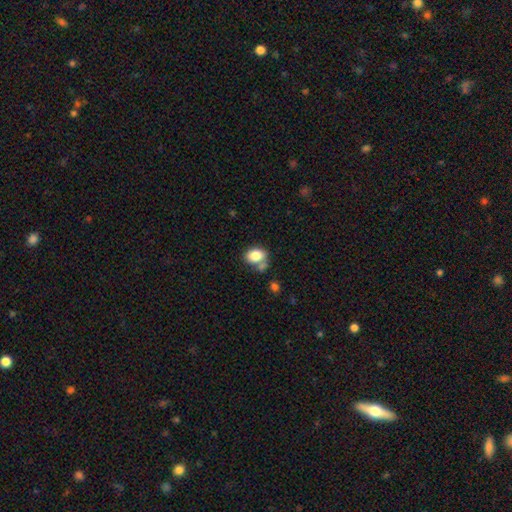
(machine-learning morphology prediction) smooth_or_featured: smooth (p=0.82) [alt: featured or disk p=0.09]
how_rounded: in between (p=0.72) [alt: round p=0.27]
merging: none (p=0.54) [alt: merger p=0.23]